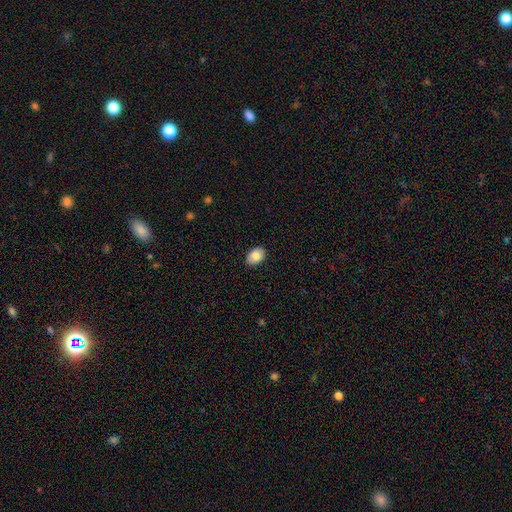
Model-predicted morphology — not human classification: smooth_or_featured: smooth (p=0.85) [alt: featured or disk p=0.08]
how_rounded: in between (p=0.86) [alt: round p=0.12]
merging: none (p=0.89) [alt: minor disturbance p=0.09]